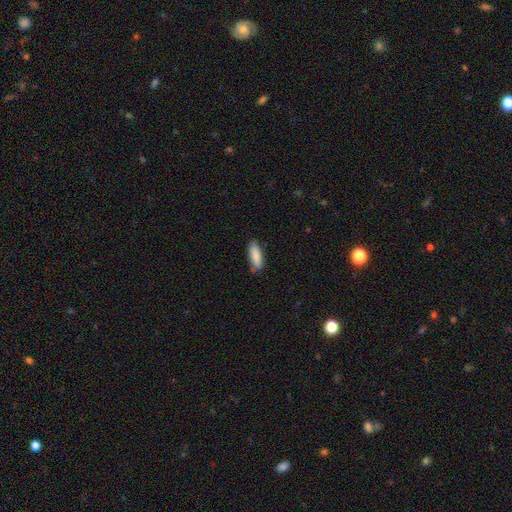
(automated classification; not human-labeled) This is clearly a smooth galaxy (86%). How rounded: likely in between (66%). Merging: likely none (78%).